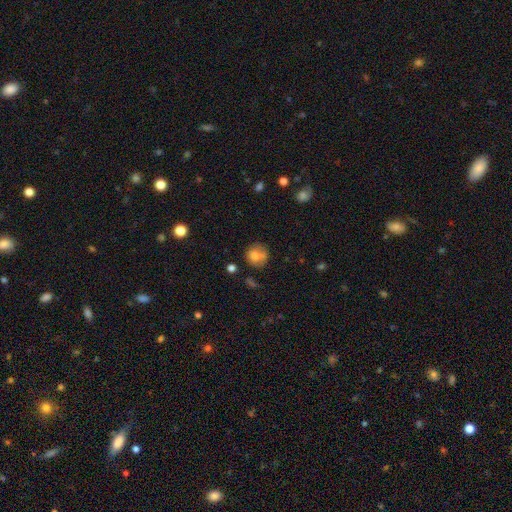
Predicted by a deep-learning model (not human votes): Smooth or featured?
  - smooth: 78% *
  - featured or disk: 12%
  - star or artifact: 10%
How rounded?
  - round: 84% *
  - in between: 15%
  - cigar-shaped: 1%
Merging?
  - none: 63% *
  - minor disturbance: 23%
  - major disturbance: 8%
  - merger: 6%